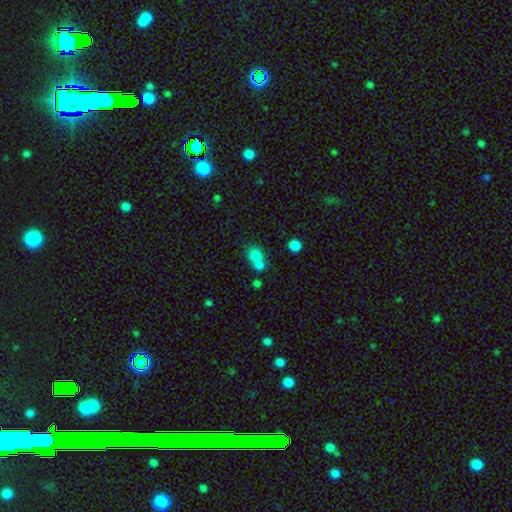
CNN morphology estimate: Overall: smooth (78%). How rounded: round (72%). Merging: merger (51%; none 39%).